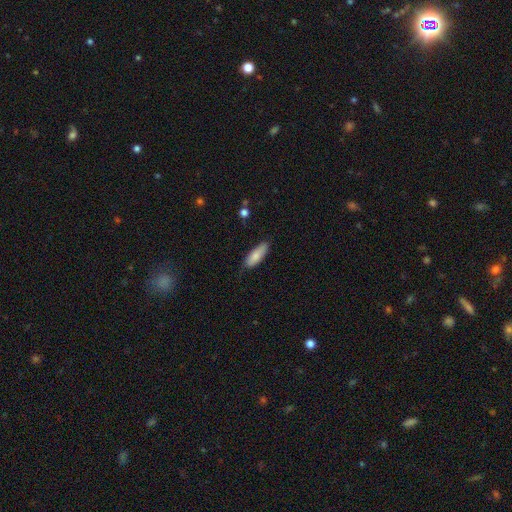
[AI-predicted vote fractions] The model was most divided on "how rounded": in between: 63%, cigar-shaped: 35%, round: 2%. More confident: smooth or featured — smooth (83%); merging — none (76%).